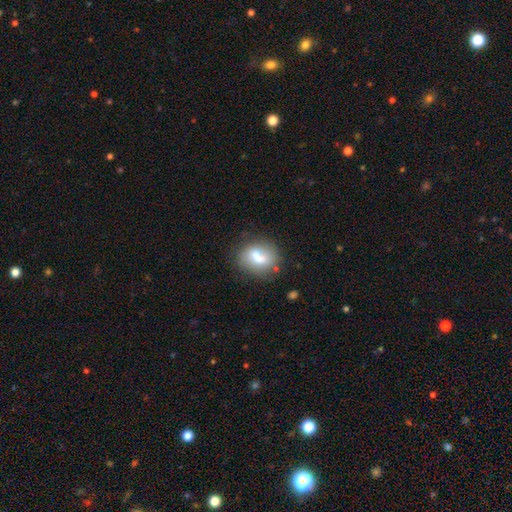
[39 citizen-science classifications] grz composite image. It shows a smooth galaxy with no disk features (79%) that is round (68%). Merging: none (54%).